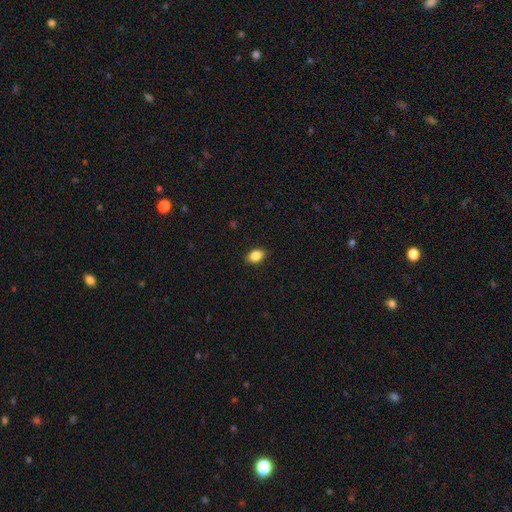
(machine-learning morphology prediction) type=smooth (86%); roundness=in between (83%); merging=none (88%).